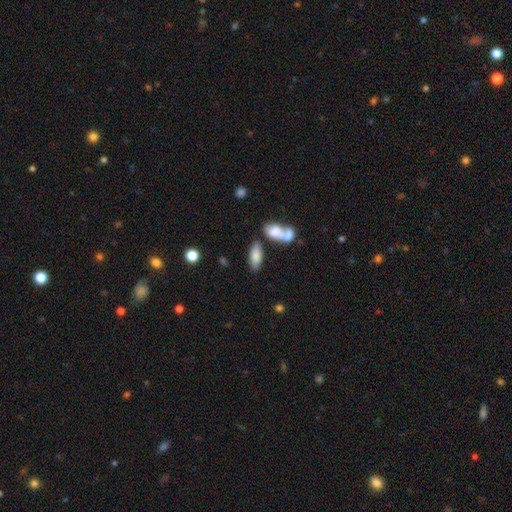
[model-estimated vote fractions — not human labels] Q: Smooth or featured?
A: smooth (79%); runner-up: featured or disk (14%)
Q: How rounded?
A: in between (81%); runner-up: cigar-shaped (16%)
Q: Merging?
A: none (57%); runner-up: merger (25%)